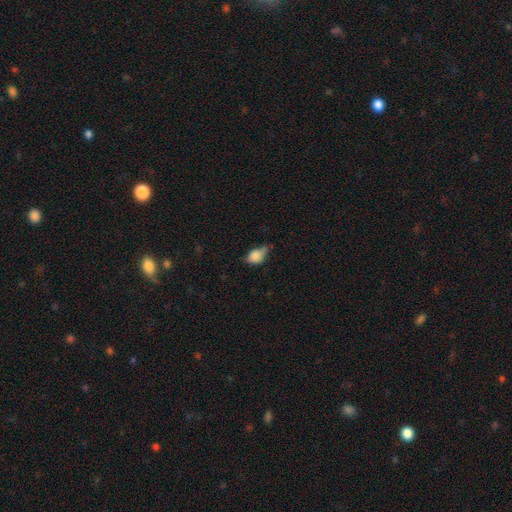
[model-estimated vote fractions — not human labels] This is likely a smooth galaxy (79%). How rounded: likely in between (71%). Merging: possibly minor disturbance (46%).